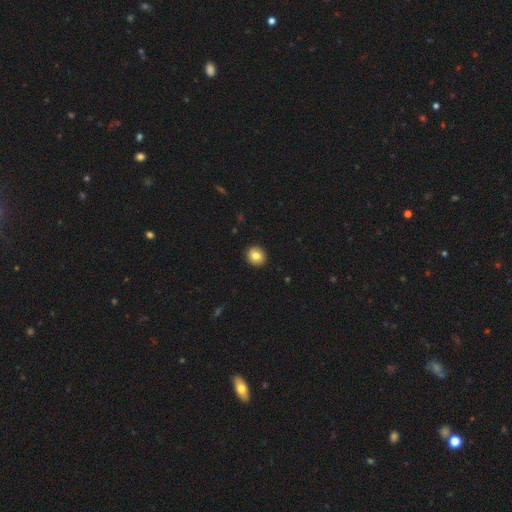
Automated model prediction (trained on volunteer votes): Q: Smooth or featured?
A: smooth (81%); runner-up: featured or disk (10%)
Q: How rounded?
A: round (86%); runner-up: in between (13%)
Q: Merging?
A: none (92%); runner-up: minor disturbance (5%)